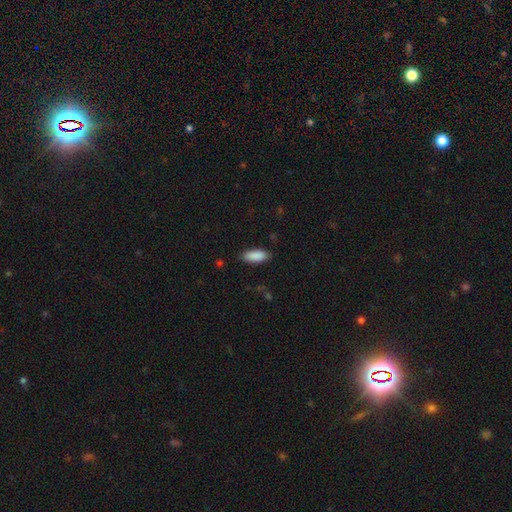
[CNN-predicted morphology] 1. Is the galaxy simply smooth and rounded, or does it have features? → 90% smooth, 6% star or artifact, 4% featured or disk.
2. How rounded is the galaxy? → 82% in between, 16% cigar-shaped, 2% round.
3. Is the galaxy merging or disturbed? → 85% none, 11% minor disturbance, 2% major disturbance, 1% merger.